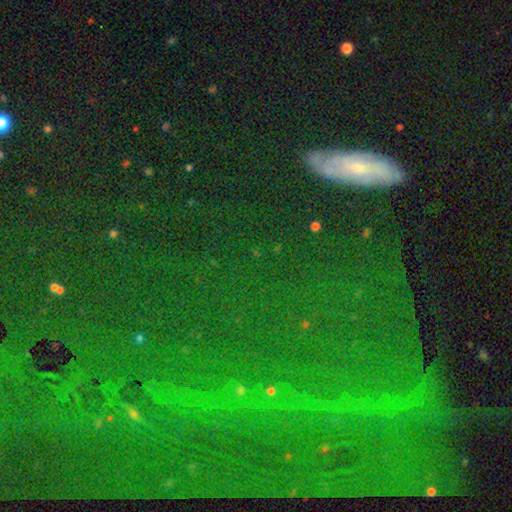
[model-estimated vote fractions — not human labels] The model was most divided on "smooth or featured": star or artifact: 52%, smooth: 28%, featured or disk: 20%.